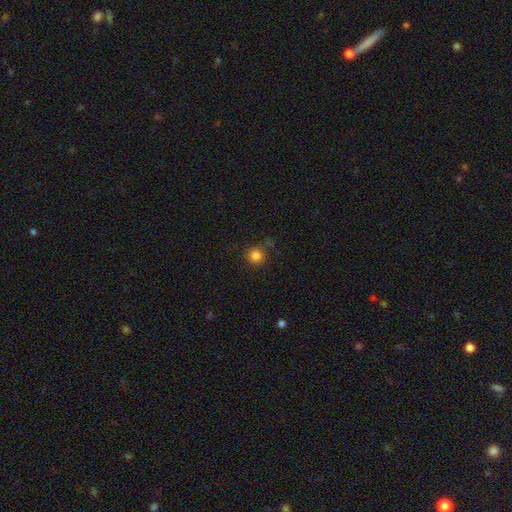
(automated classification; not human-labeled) Morphology: type=smooth (83%); roundness=round (94%); merging=none (80%).